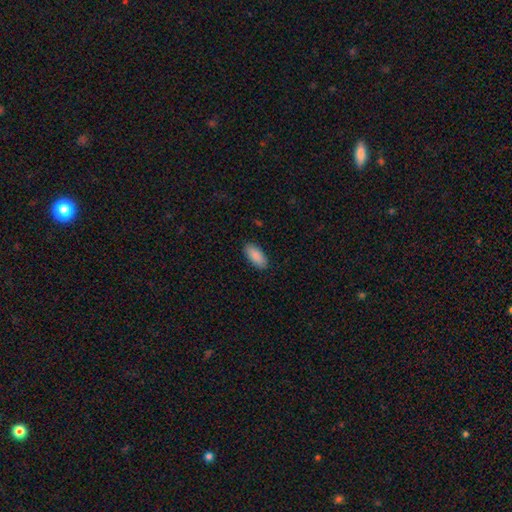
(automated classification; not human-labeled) Smooth or featured? Predicted: smooth (p=0.89). How rounded? Predicted: in between (p=0.90). Merging? Predicted: none (p=0.88).